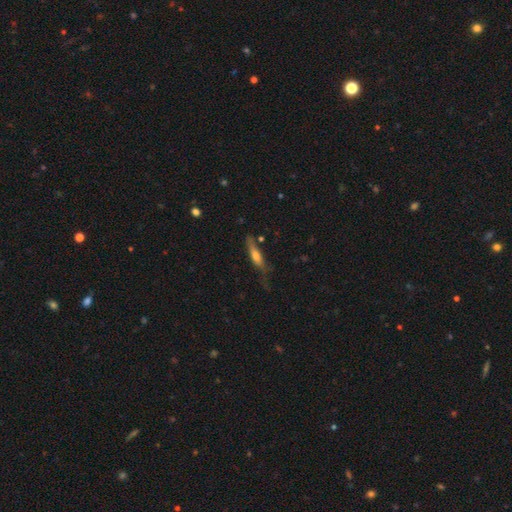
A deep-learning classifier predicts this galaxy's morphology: Smooth or featured: smooth — 56% (featured or disk — 37%)
How rounded: cigar-shaped — 76% (in between — 21%)
Merging: none — 52% (minor disturbance — 30%)